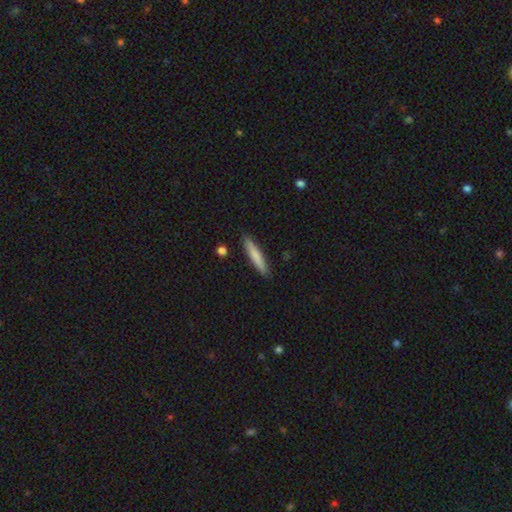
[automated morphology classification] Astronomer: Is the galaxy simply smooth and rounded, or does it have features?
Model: smooth — 75%.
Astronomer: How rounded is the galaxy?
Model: cigar-shaped — 92%.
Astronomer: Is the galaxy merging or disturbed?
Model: none — 89%.